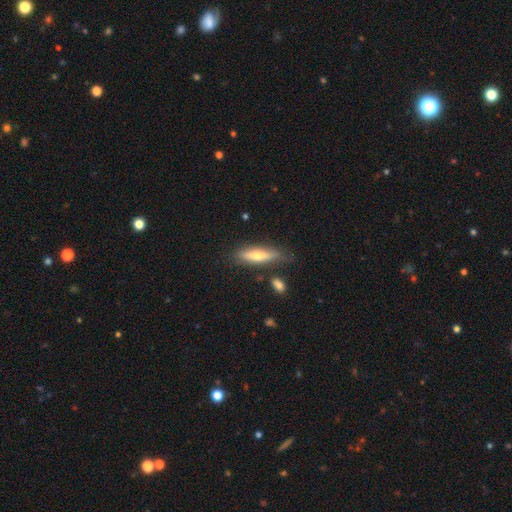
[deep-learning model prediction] This is possibly a smooth galaxy (53%). How rounded: likely cigar-shaped (70%). Merging: likely none (72%).